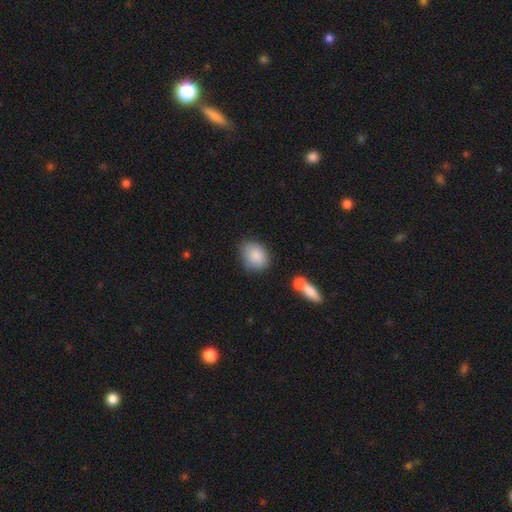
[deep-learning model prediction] A smooth galaxy with no disk features (86%) that is in between round and cigar-shaped (63%). Merging: none (70%).